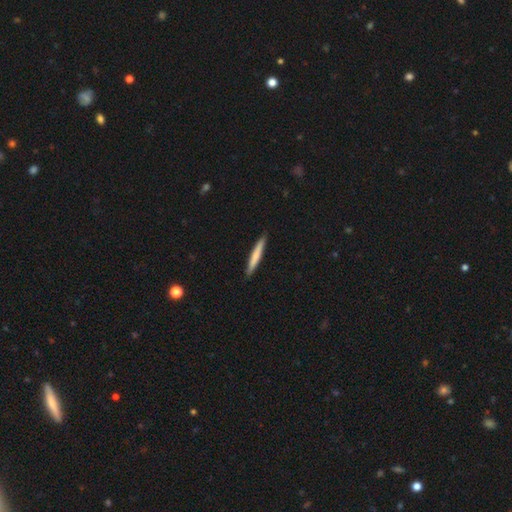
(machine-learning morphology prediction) smooth_or_featured: smooth (p=0.72) [alt: featured or disk p=0.23]
how_rounded: cigar-shaped (p=0.95) [alt: in between p=0.03]
merging: none (p=0.91) [alt: minor disturbance p=0.07]